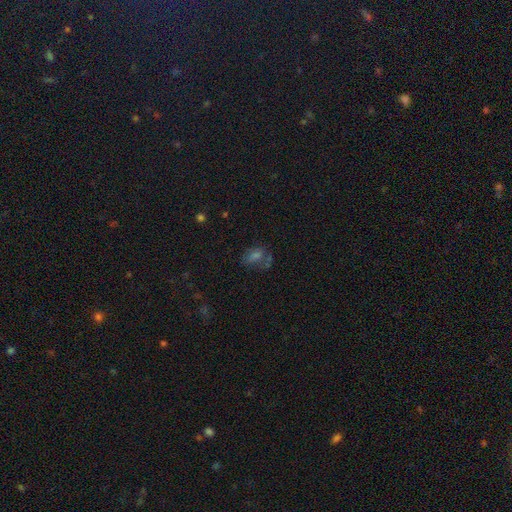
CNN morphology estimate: This appears to be a smooth galaxy with no disk features (43%). Merging: none (49%).